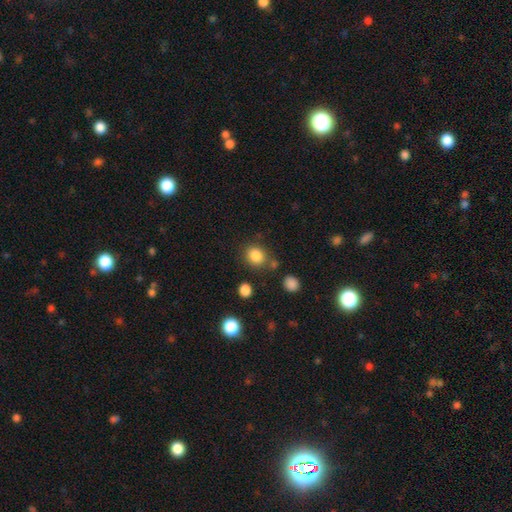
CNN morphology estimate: smooth-or-featured: smooth: 84% | star or artifact: 11% | featured or disk: 5%
  how-rounded: round: 74% | in between: 25% | cigar-shaped: 1%
  merging: none: 76% | minor disturbance: 11% | merger: 9% | major disturbance: 4%